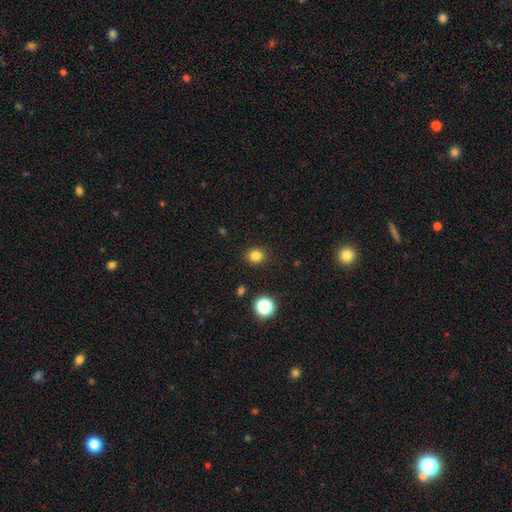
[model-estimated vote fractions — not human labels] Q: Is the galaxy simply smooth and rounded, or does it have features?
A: smooth — 81%.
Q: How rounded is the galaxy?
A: round — 77%.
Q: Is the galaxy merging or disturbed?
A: none — 89%.